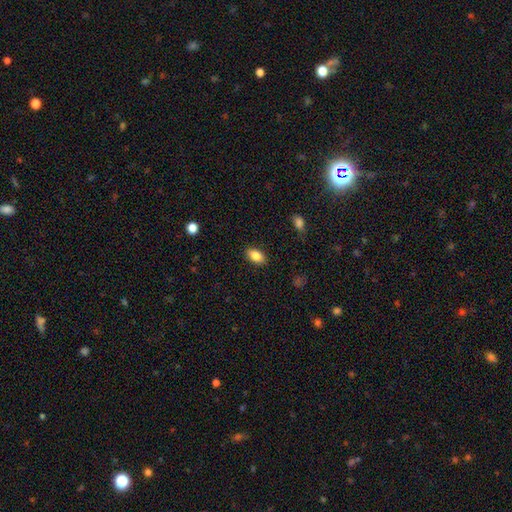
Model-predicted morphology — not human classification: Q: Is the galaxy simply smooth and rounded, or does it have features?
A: smooth — 84%.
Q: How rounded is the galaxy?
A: in between — 91%.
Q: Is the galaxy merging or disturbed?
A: none — 88%.